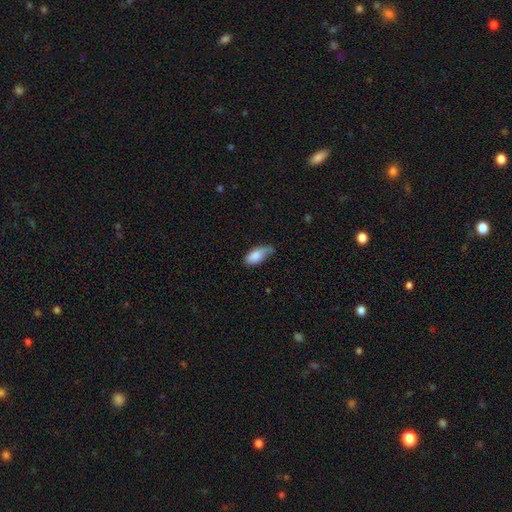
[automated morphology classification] Q: Smooth or featured?
A: smooth (82%); runner-up: featured or disk (11%)
Q: How rounded?
A: in between (88%); runner-up: cigar-shaped (9%)
Q: Merging?
A: minor disturbance (45%); runner-up: none (37%)